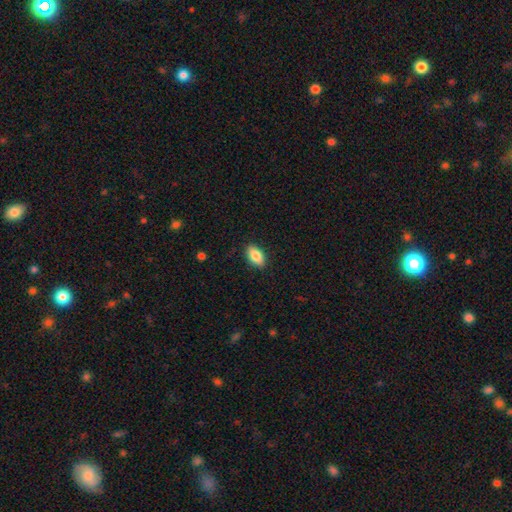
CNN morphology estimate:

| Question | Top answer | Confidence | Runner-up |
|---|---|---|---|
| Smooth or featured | smooth | 84% | featured or disk (9%) |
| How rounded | in between | 90% | round (6%) |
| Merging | none | 88% | minor disturbance (9%) |